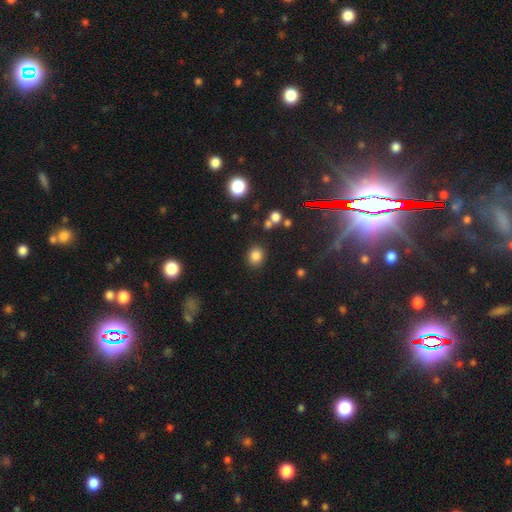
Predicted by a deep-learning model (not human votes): Overall: smooth (82%). How rounded: round (68%; in between 31%). Merging: none (84%).